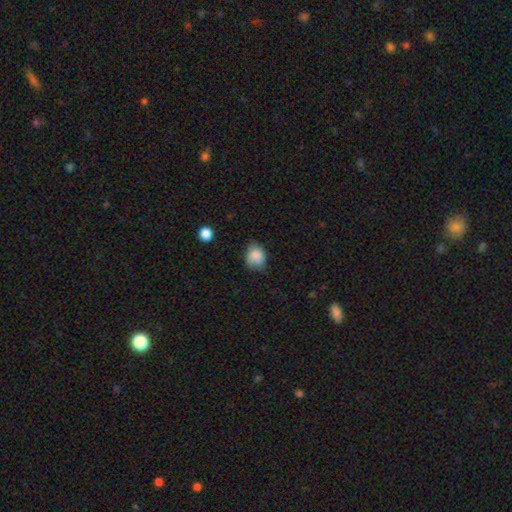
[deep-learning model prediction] Smooth or featured? Predicted: smooth (p=0.85). How rounded? Predicted: round (p=0.53). Merging? Predicted: none (p=0.60).